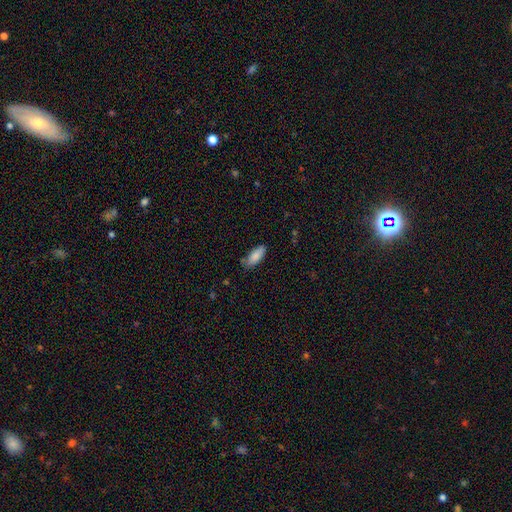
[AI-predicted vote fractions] smooth 86%, featured or disk 7%, star or artifact 6%. Down the decision tree: how rounded — in between (79%); merging — none (75%).